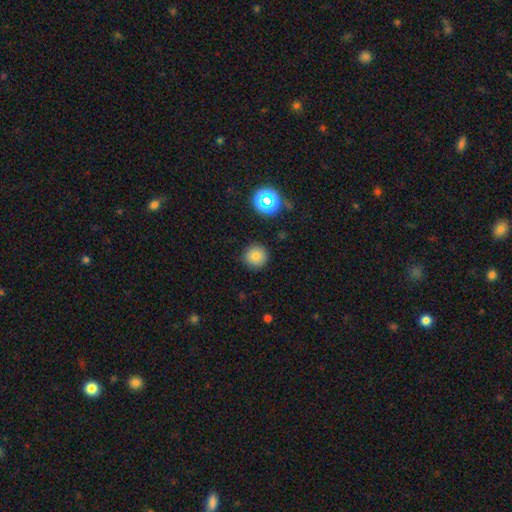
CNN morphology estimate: Smooth or featured? smooth (76%)
How rounded? round (95%)
Merging? none (89%)